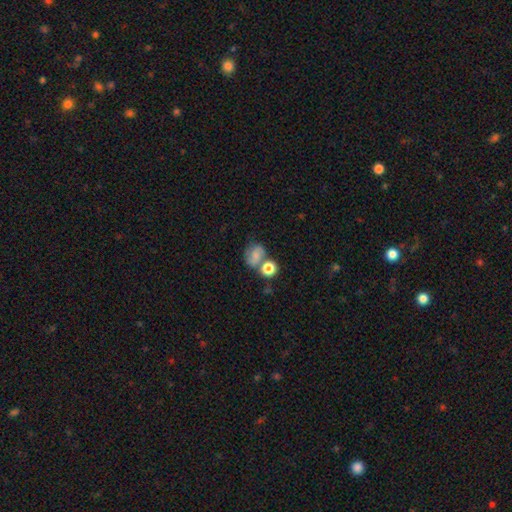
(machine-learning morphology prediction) Q: Smooth or featured?
A: smooth (65%); runner-up: featured or disk (22%)
Q: How rounded?
A: in between (51%); runner-up: round (47%)
Q: Merging?
A: none (41%); runner-up: merger (31%)